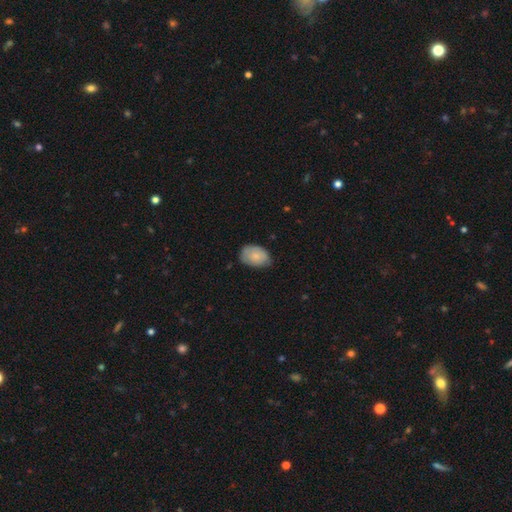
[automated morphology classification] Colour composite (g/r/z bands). It shows a smooth galaxy with no disk features (76%) that is in between round and cigar-shaped (83%). Merging: none (65%).